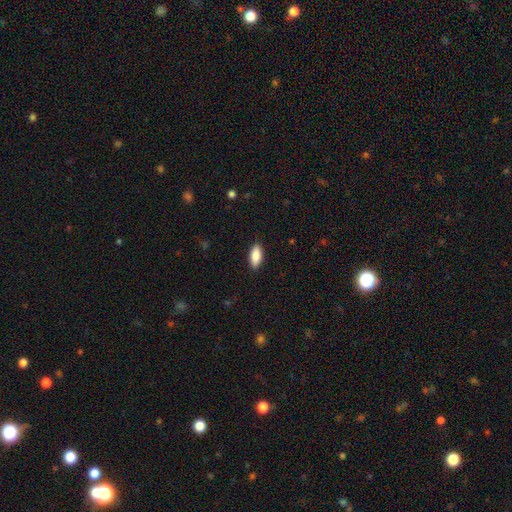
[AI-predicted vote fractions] Overall: smooth (87%). How rounded: in between (86%). Merging: none (89%).